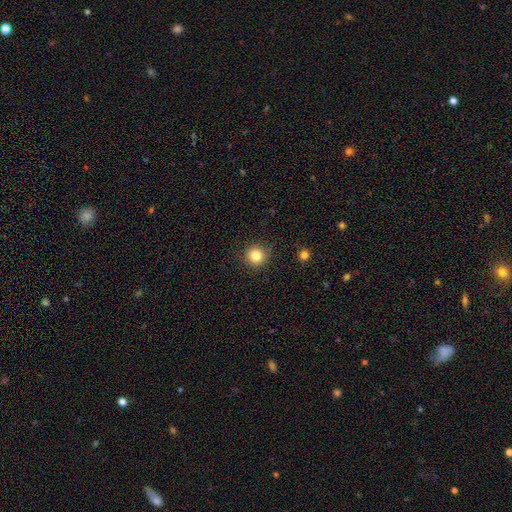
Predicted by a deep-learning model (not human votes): The model was most divided on "smooth or featured": smooth: 82%, star or artifact: 12%, featured or disk: 6%. More confident: how rounded — round (94%); merging — none (89%).